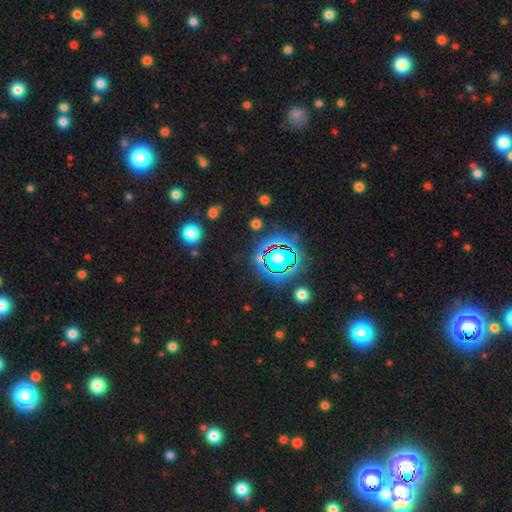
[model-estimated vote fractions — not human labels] Q: Smooth or featured?
A: star or artifact (79%); runner-up: smooth (13%)